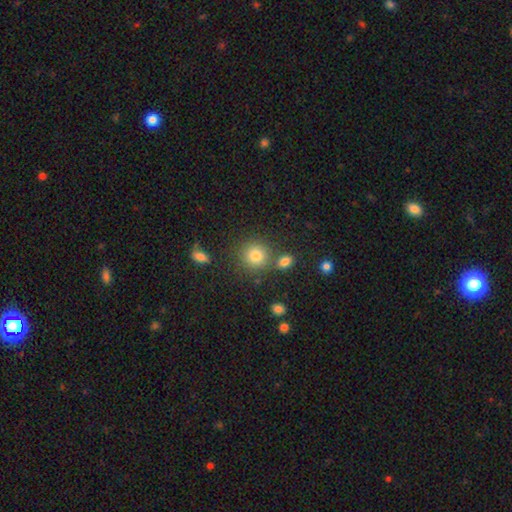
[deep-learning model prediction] This is clearly a smooth galaxy (81%). How rounded: clearly round (88%). Merging: likely none (74%).